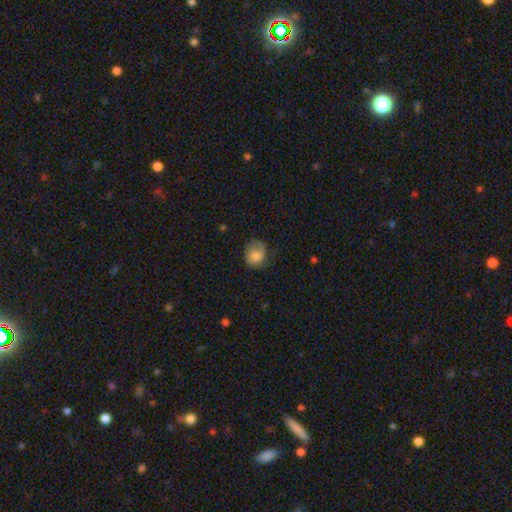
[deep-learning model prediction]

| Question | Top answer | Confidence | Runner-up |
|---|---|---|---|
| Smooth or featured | smooth | 71% | featured or disk (21%) |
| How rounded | round | 67% | in between (32%) |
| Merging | none | 49% | minor disturbance (31%) |